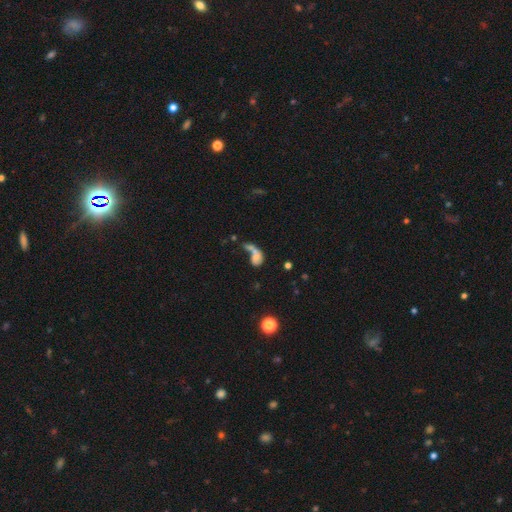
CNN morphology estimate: smooth 56%, featured or disk 30%, star or artifact 13%. Down the decision tree: how rounded — in between (65%); merging — merger (54%).